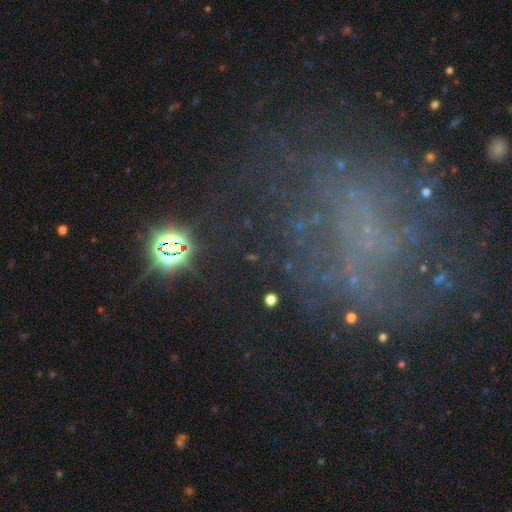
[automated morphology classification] Overall: featured or disk (46%; star or artifact 33%). Merging: none (55%; major disturbance 24%).